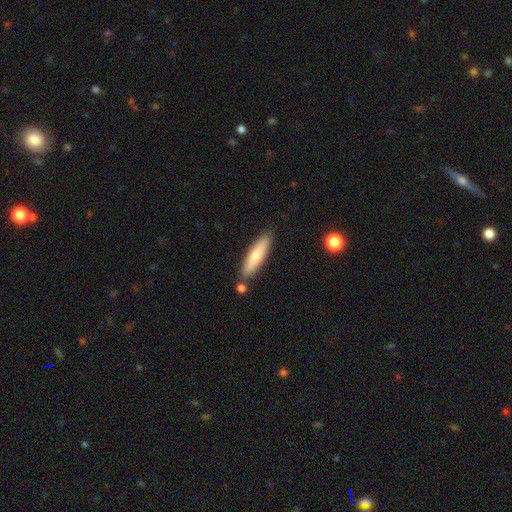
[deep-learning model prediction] Smooth or featured? smooth (68%)
How rounded? cigar-shaped (73%)
Merging? none (81%)